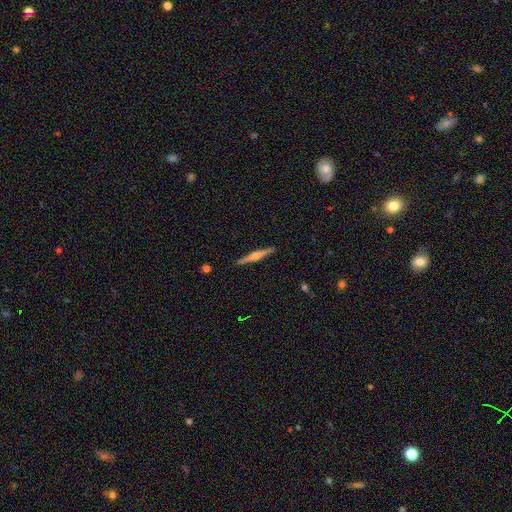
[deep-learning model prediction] smooth-or-featured: featured or disk: 75% | smooth: 20% | star or artifact: 6%
  disk-edge-on: yes: 98% | no: 2%
    edge-on-bulge: rounded: 82% | boxy: 11% | none: 7%
  merging: none: 92% | minor disturbance: 6% | major disturbance: 1% | merger: 1%